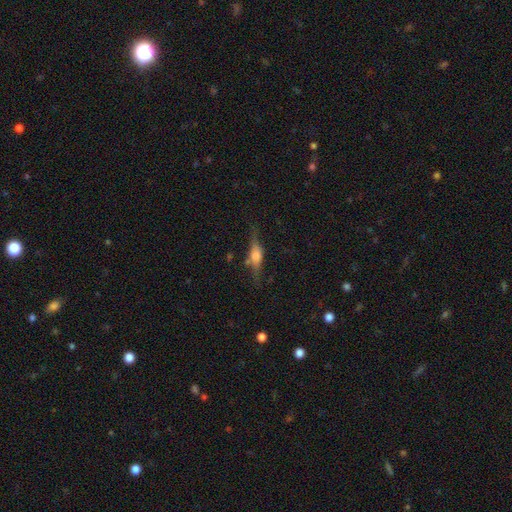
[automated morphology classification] smooth_or_featured: featured or disk (p=0.56) [alt: smooth p=0.35]
disk_edge_on: yes (p=0.92) [alt: no p=0.08]
edge_on_bulge: rounded (p=0.76) [alt: boxy p=0.19]
merging: none (p=0.70) [alt: minor disturbance p=0.19]